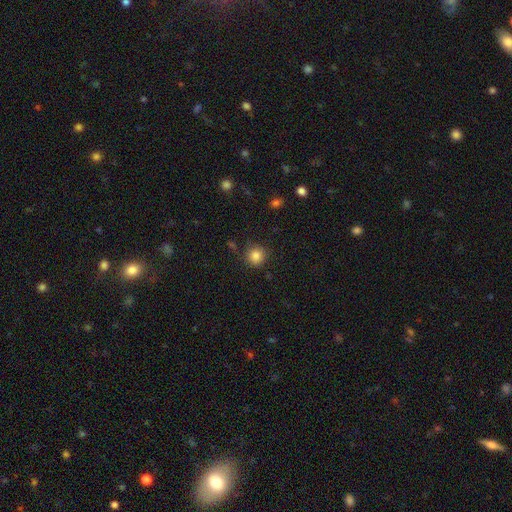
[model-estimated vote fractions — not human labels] smooth-or-featured: smooth: 85% | star or artifact: 11% | featured or disk: 4%
  how-rounded: round: 93% | in between: 7% | cigar-shaped: 1%
  merging: none: 84% | minor disturbance: 11% | major disturbance: 3% | merger: 2%